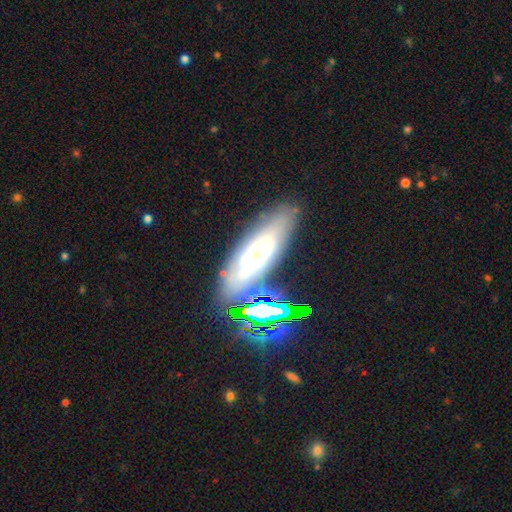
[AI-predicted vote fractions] A featured or disk galaxy (51%).

Vote fractions:
- Smooth or featured? featured or disk: 51% / smooth: 28% / star or artifact: 20%
- Edge-on disk? no: 66% / yes: 34%
- Merging? none: 76% / minor disturbance: 14% / merger: 5% / major disturbance: 5%